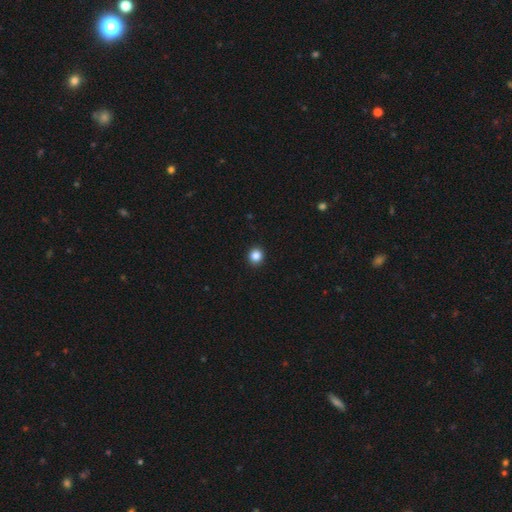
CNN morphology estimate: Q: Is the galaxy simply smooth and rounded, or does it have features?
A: smooth — 85%.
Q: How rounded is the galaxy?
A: round — 91%.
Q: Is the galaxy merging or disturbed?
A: none — 93%.